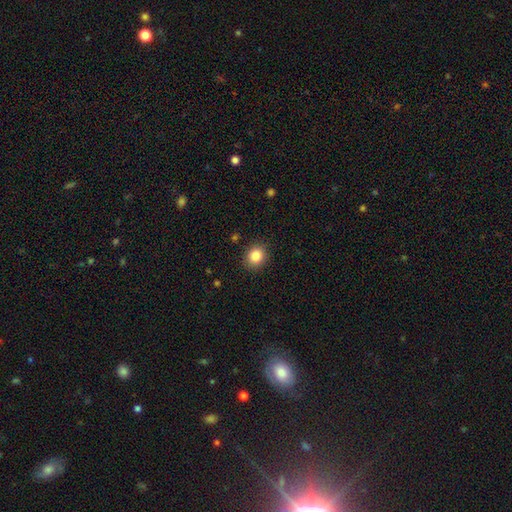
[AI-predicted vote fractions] Smooth or featured? Predicted: smooth (p=0.85). How rounded? Predicted: round (p=0.72). Merging? Predicted: none (p=0.89).